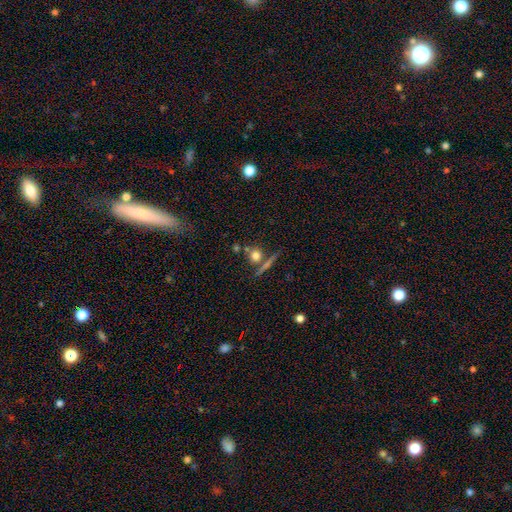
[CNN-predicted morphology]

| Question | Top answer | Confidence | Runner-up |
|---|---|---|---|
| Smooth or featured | smooth | 72% | featured or disk (16%) |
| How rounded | round | 83% | in between (10%) |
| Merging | none | 66% | merger (21%) |